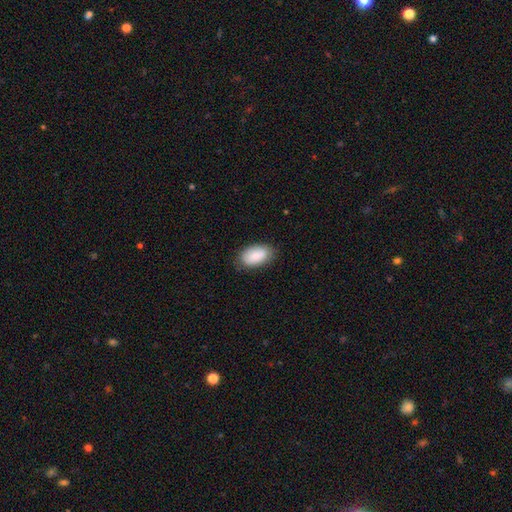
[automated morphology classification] smooth 86%, featured or disk 8%, star or artifact 6%. Down the decision tree: how rounded — in between (94%); merging — none (80%).